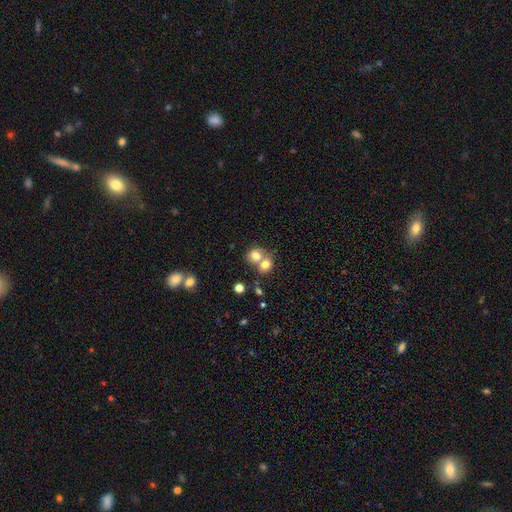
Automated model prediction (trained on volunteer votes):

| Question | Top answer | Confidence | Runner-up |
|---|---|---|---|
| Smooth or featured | smooth | 77% | featured or disk (13%) |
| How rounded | round | 73% | in between (26%) |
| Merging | merger | 60% | none (32%) |